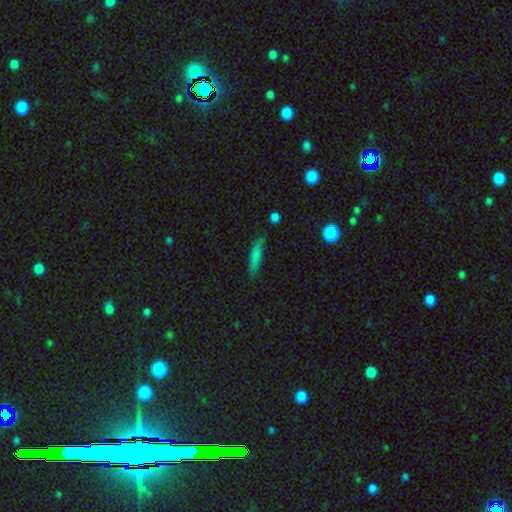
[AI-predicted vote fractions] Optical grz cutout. It shows a smooth galaxy with no disk features (75%) that is cigar-shaped (82%). Merging: none (71%).